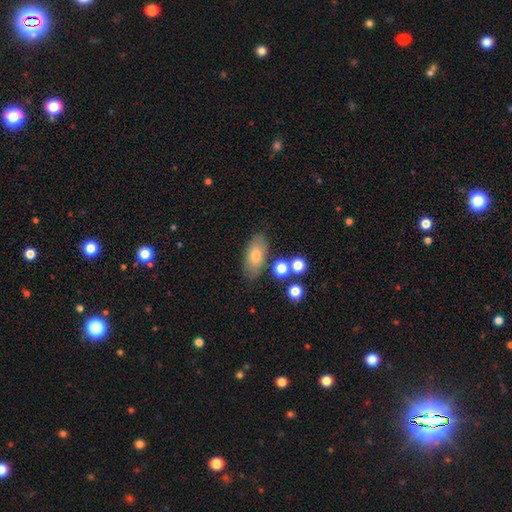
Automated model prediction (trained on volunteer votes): smooth_or_featured: smooth (p=0.73) [alt: featured or disk p=0.18]
how_rounded: in between (p=0.88) [alt: cigar-shaped p=0.06]
merging: none (p=0.78) [alt: minor disturbance p=0.12]